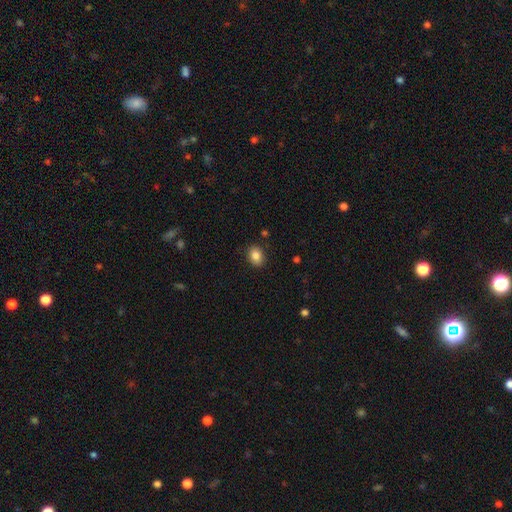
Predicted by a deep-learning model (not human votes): smooth-or-featured: smooth: 86% | star or artifact: 9% | featured or disk: 6%
  how-rounded: in between: 66% | round: 33% | cigar-shaped: 1%
  merging: none: 86% | minor disturbance: 10% | major disturbance: 3% | merger: 1%